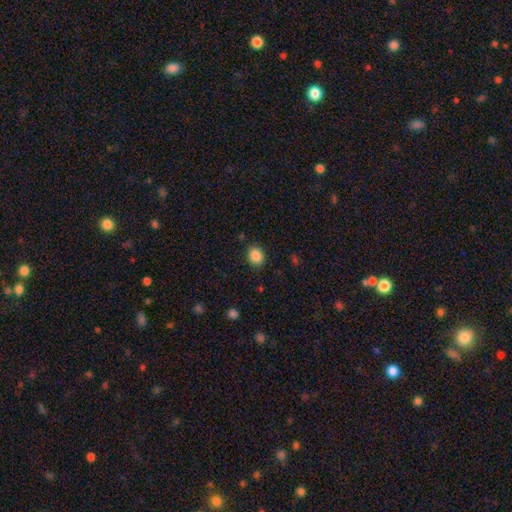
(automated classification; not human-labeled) smooth-or-featured: smooth: 87% | star or artifact: 9% | featured or disk: 4%
  how-rounded: round: 59% | in between: 40% | cigar-shaped: 1%
  merging: none: 86% | minor disturbance: 10% | major disturbance: 3% | merger: 1%